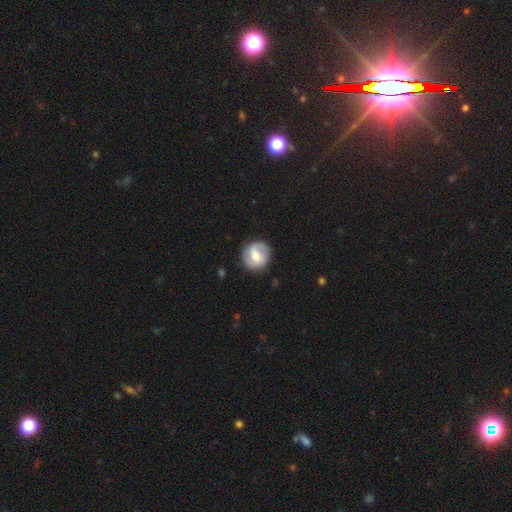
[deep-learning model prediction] A featured or disk galaxy (49%). Merging: none (84%).